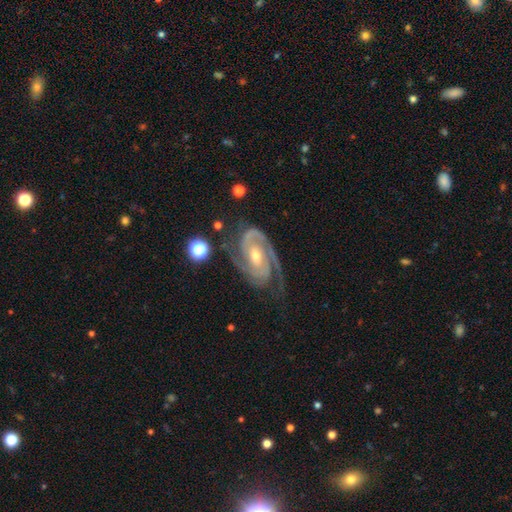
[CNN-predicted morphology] type=featured or disk (92%); edge-on=no (97%); bar=no (43%); spiral arms=yes (98%); winding=tight (59%); arm count=2 (81%); bulge=moderate (56%); merging=none (72%).